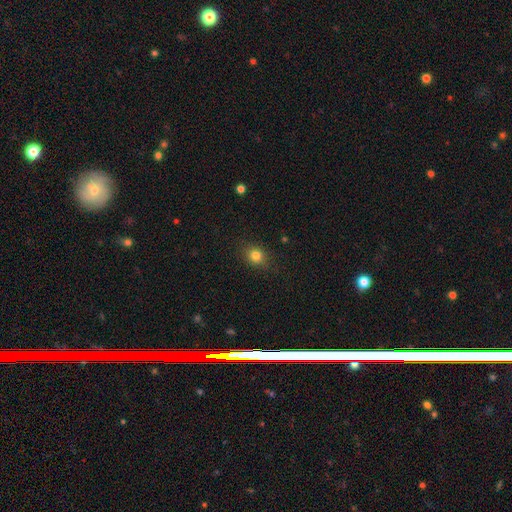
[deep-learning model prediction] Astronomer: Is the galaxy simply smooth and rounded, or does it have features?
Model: smooth — 81%.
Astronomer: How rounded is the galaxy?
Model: round — 69%.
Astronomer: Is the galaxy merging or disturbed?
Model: none — 86%.